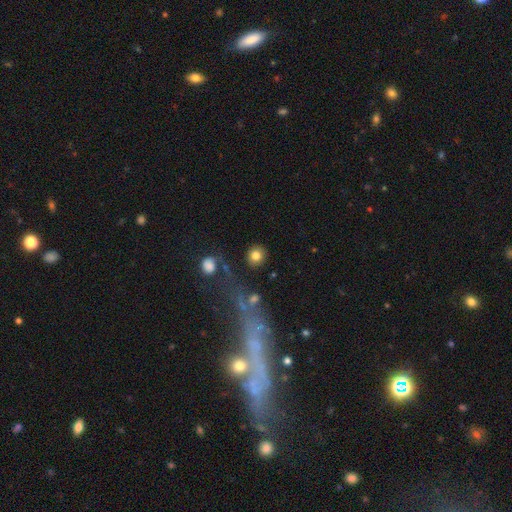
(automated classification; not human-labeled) The model was most divided on "smooth or featured": smooth: 80%, star or artifact: 12%, featured or disk: 9%. More confident: how rounded — round (87%); merging — none (86%).